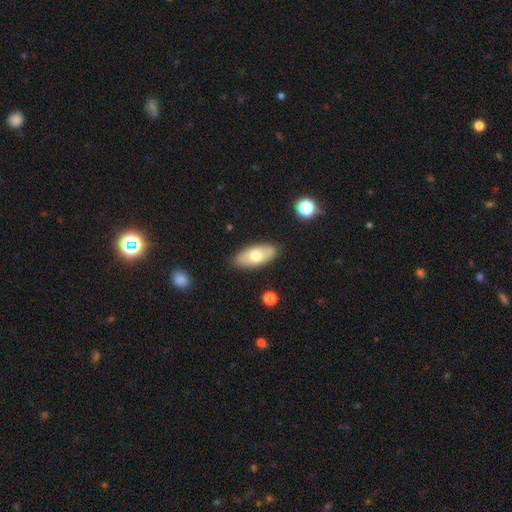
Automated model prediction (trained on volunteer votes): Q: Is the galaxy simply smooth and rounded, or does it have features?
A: smooth — 65%.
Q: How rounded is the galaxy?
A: in between — 88%.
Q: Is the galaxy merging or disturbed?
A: none — 84%.